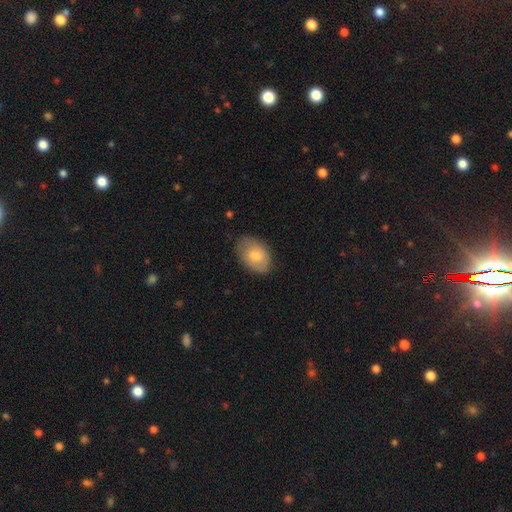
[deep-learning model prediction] Smooth or featured?
  - smooth: 74% *
  - featured or disk: 20%
  - star or artifact: 6%
How rounded?
  - in between: 85% *
  - round: 14%
  - cigar-shaped: 1%
Merging?
  - none: 77% *
  - minor disturbance: 18%
  - major disturbance: 4%
  - merger: 1%